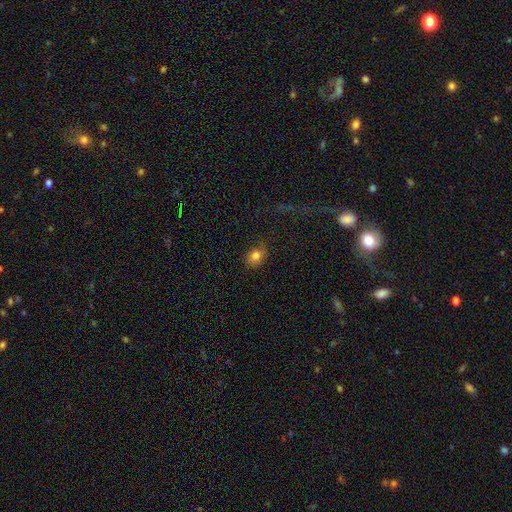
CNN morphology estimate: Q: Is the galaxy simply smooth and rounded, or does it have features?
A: smooth — 80%.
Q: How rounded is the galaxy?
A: in between — 53%.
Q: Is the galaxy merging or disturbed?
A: none — 74%.